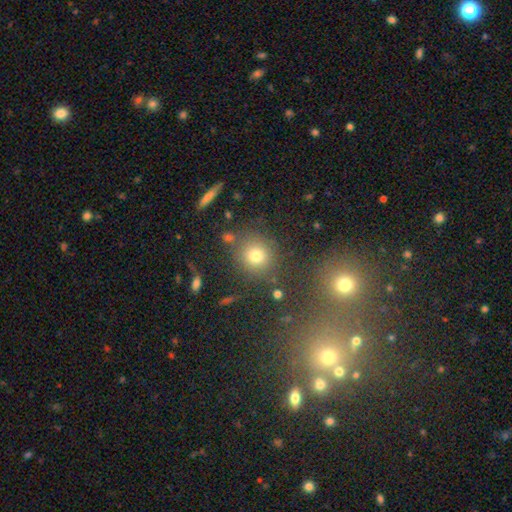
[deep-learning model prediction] This appears to be a smooth galaxy with no disk features (72%) that is round (87%). Merging: none (80%).